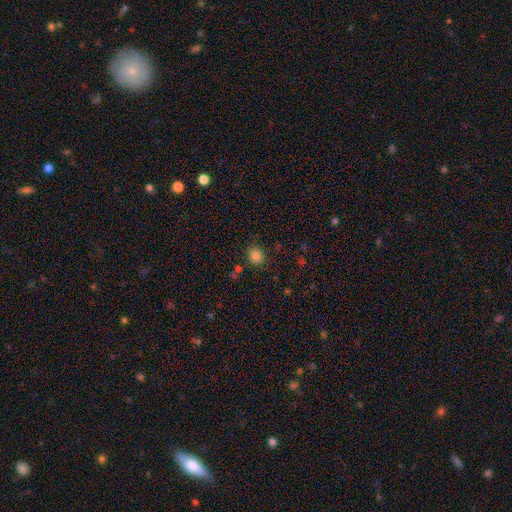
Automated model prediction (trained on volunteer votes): The model was most divided on "how rounded": round: 78%, in between: 21%, cigar-shaped: 1%. More confident: merging — none (84%); smooth or featured — smooth (83%).